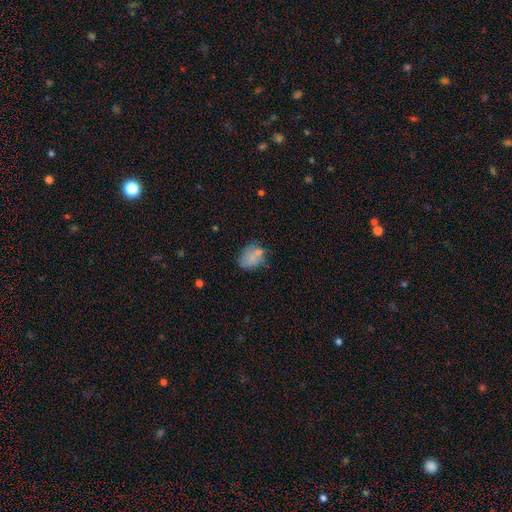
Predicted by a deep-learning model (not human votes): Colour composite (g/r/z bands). It shows a smooth galaxy with no disk features (68%) that is in between round and cigar-shaped (55%). Merging: none (57%).